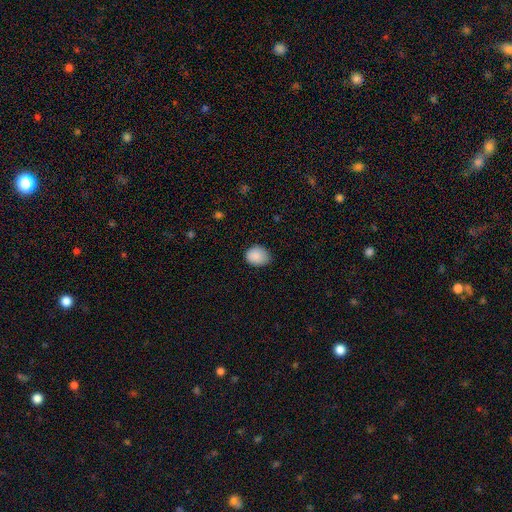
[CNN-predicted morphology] A smooth galaxy with no disk features (89%) that is in between round and cigar-shaped (53%). Merging: none (72%).